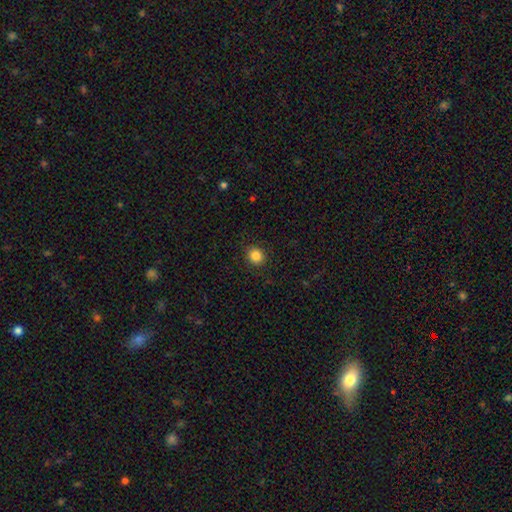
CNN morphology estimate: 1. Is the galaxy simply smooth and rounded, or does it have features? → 84% smooth, 11% star or artifact, 5% featured or disk.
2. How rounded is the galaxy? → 85% round, 14% in between, 1% cigar-shaped.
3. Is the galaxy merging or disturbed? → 91% none, 6% minor disturbance, 2% major disturbance, 1% merger.